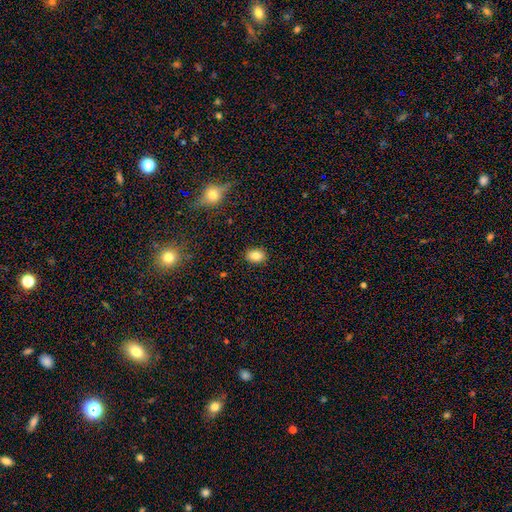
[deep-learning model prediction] Overall: smooth (83%). How rounded: in between (74%). Merging: none (87%).